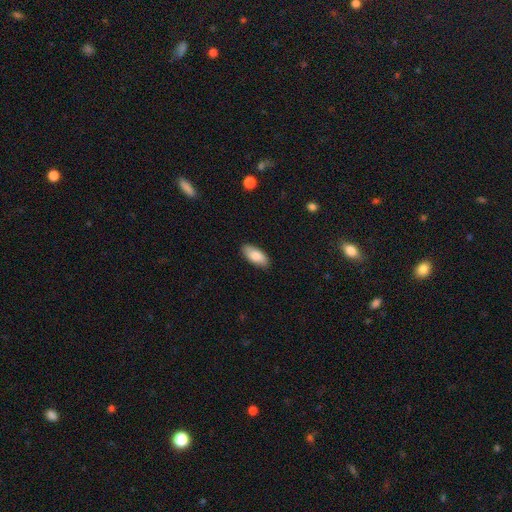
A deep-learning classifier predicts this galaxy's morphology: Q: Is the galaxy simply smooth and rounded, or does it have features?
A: smooth — 83%.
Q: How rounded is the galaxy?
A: in between — 88%.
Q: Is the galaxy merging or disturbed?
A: none — 87%.